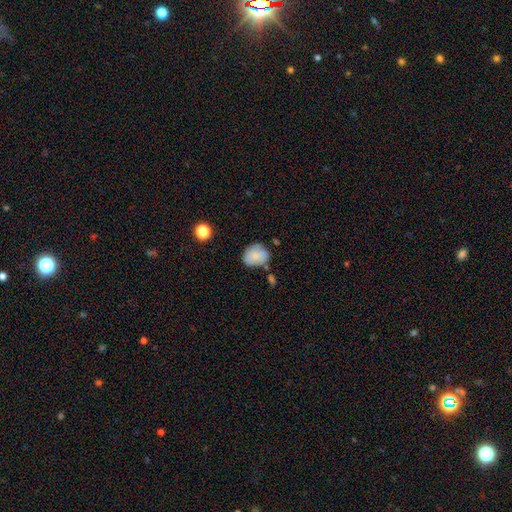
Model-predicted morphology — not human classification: A smooth galaxy with no disk features (78%) that is round (56%).

Vote fractions:
- Smooth or featured? smooth: 78% / featured or disk: 14% / star or artifact: 8%
- How rounded? round: 56% / in between: 43% / cigar-shaped: 1%
- Merging? none: 65% / minor disturbance: 22% / merger: 7% / major disturbance: 6%